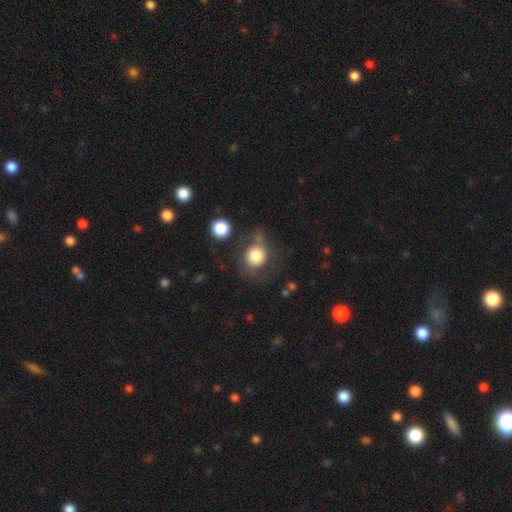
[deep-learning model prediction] A smooth galaxy with no disk features (74%) that is round (79%).

Vote fractions:
- Smooth or featured? smooth: 74% / featured or disk: 17% / star or artifact: 9%
- How rounded? round: 79% / in between: 20% / cigar-shaped: 1%
- Merging? none: 51% / minor disturbance: 21% / major disturbance: 19% / merger: 8%